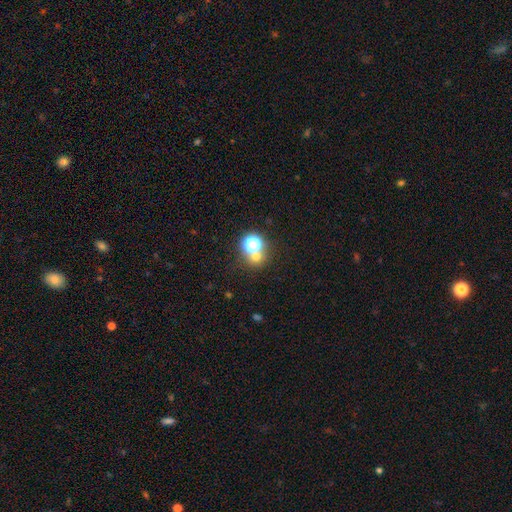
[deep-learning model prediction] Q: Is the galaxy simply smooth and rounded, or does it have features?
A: smooth — 58%.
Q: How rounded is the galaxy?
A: round — 84%.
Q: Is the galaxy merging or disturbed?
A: none — 59%.